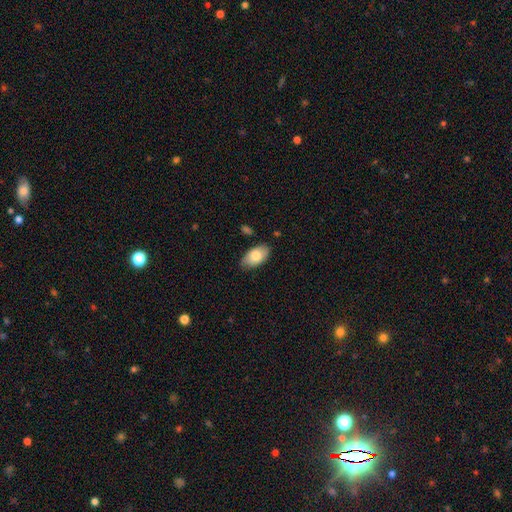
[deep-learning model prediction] Q: Smooth or featured?
A: smooth (81%); runner-up: featured or disk (13%)
Q: How rounded?
A: in between (94%); runner-up: round (4%)
Q: Merging?
A: none (80%); runner-up: minor disturbance (16%)